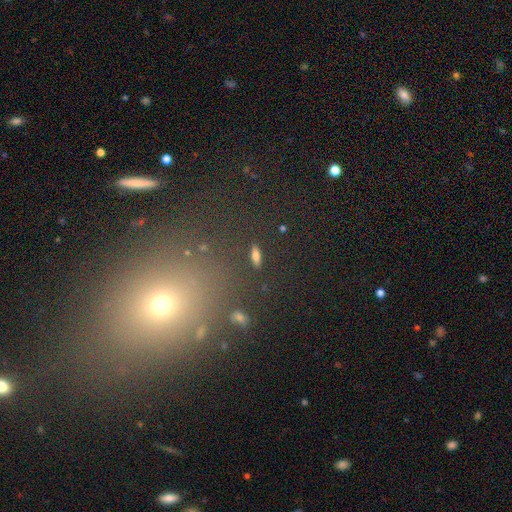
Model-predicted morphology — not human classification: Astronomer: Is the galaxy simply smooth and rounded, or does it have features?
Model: smooth — 72%.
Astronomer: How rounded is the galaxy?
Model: in between — 60%.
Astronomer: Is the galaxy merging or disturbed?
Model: none — 88%.